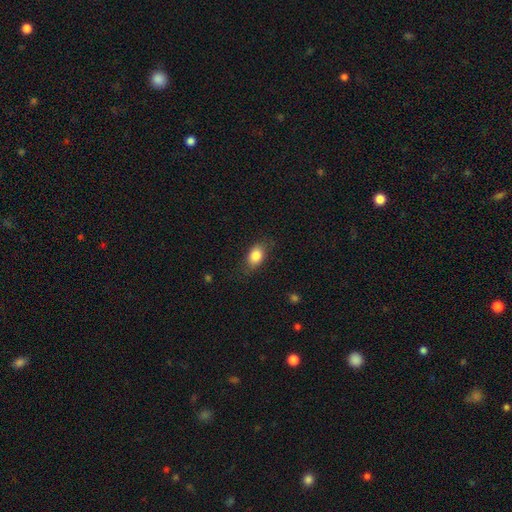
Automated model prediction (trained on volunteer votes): A smooth galaxy with no disk features (84%) that is in between round and cigar-shaped (81%). Merging: none (78%).